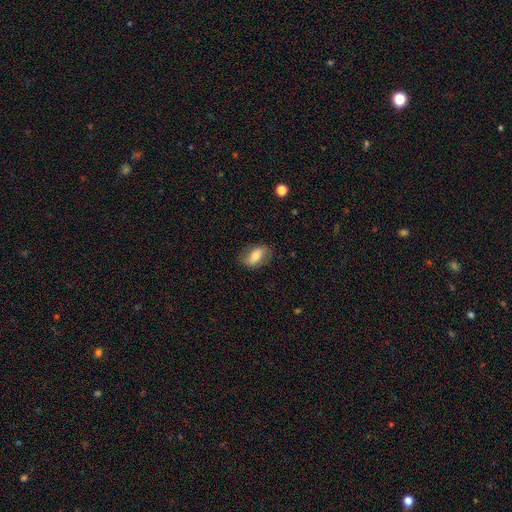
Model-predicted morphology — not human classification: smooth 63%, featured or disk 30%, star or artifact 7%. Down the decision tree: how rounded — in between (86%); merging — none (76%).